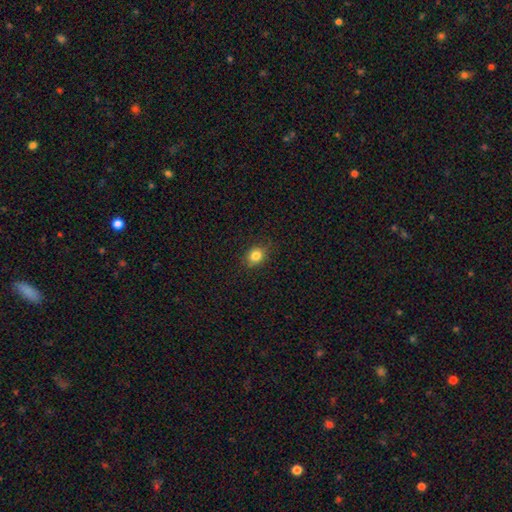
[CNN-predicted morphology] Overall: smooth (83%). How rounded: round (58%; in between 41%). Merging: none (84%).